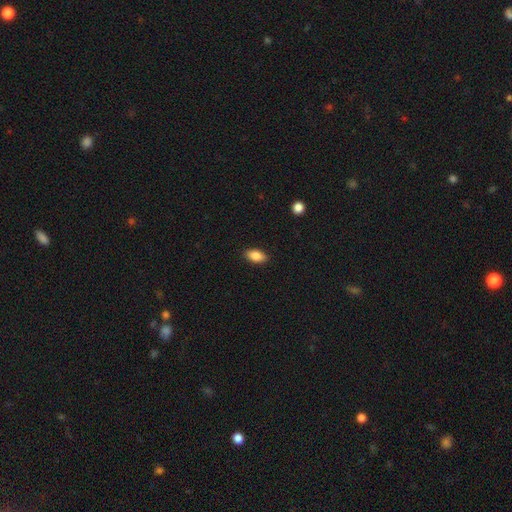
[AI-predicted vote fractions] Smooth or featured? smooth (85%)
How rounded? in between (91%)
Merging? none (88%)